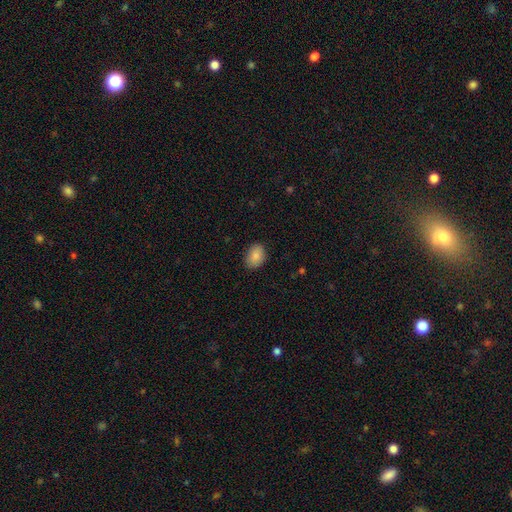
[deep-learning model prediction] This is clearly a smooth galaxy (87%). How rounded: likely in between (77%). Merging: clearly none (86%).